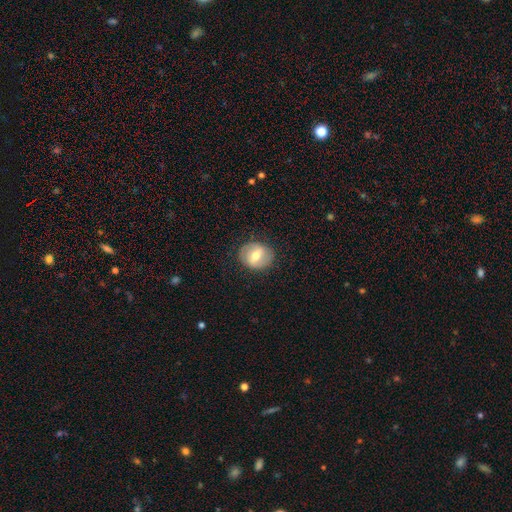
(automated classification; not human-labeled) Smooth or featured? smooth (50%)
Merging? none (83%)